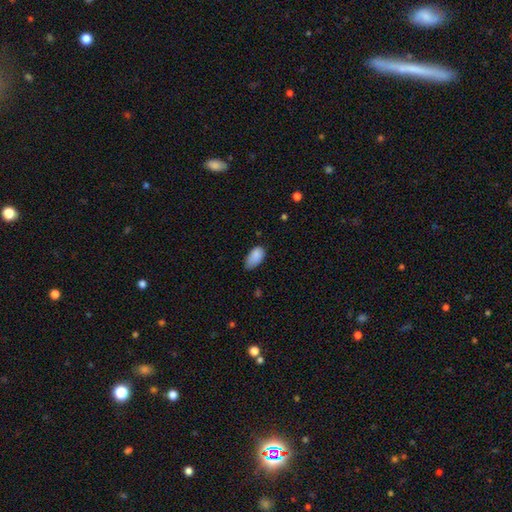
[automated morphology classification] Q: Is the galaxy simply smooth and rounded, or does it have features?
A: smooth — 87%.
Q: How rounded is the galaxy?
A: in between — 94%.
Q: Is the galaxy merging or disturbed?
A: none — 48%.